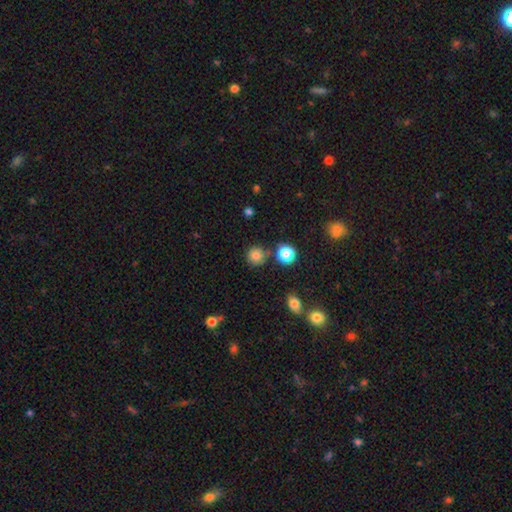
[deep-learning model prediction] Smooth or featured? smooth (81%)
How rounded? round (92%)
Merging? none (79%)